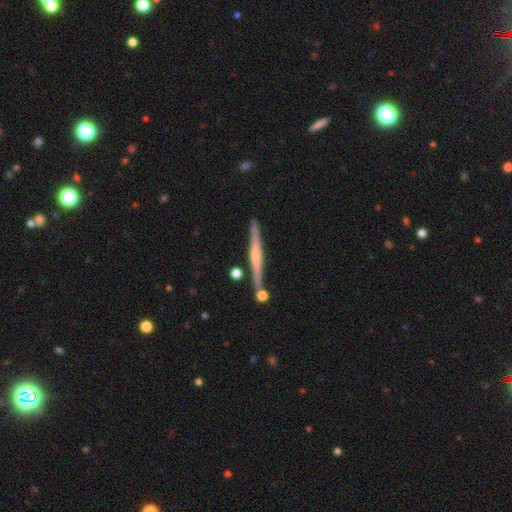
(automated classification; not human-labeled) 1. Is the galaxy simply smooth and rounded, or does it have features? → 64% featured or disk, 30% smooth, 6% star or artifact.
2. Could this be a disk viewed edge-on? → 97% yes, 3% no.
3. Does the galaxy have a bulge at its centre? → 51% rounded, 32% none, 16% boxy.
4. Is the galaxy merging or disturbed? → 83% none, 9% minor disturbance, 6% merger, 2% major disturbance.